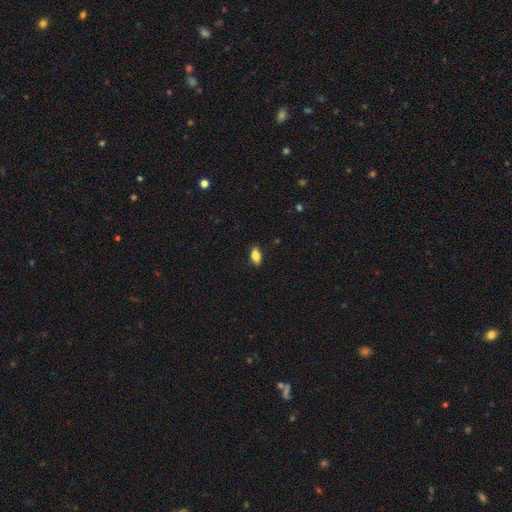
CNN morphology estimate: This appears to be a smooth galaxy with no disk features (82%) that is in between round and cigar-shaped (87%). Merging: none (87%).